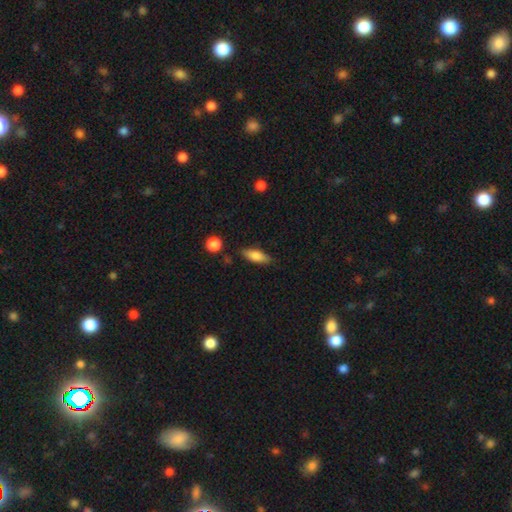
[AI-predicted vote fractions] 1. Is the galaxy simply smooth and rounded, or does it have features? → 78% smooth, 15% featured or disk, 7% star or artifact.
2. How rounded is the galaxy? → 66% in between, 31% cigar-shaped, 3% round.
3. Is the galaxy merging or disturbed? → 79% none, 14% minor disturbance, 3% major disturbance, 3% merger.